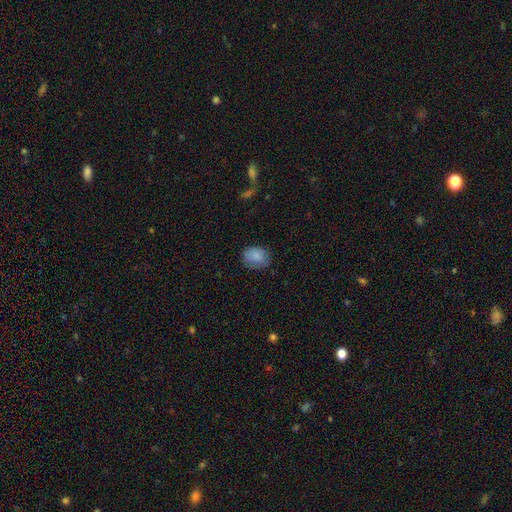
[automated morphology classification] This appears to be a smooth galaxy with no disk features (83%) that is in between round and cigar-shaped (57%). Merging: none (73%).